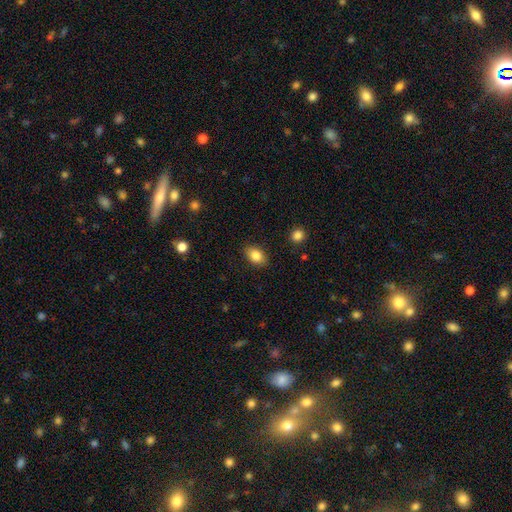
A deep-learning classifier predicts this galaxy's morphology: This appears to be a smooth galaxy with no disk features (84%) that is in between round and cigar-shaped (82%). Merging: none (87%).